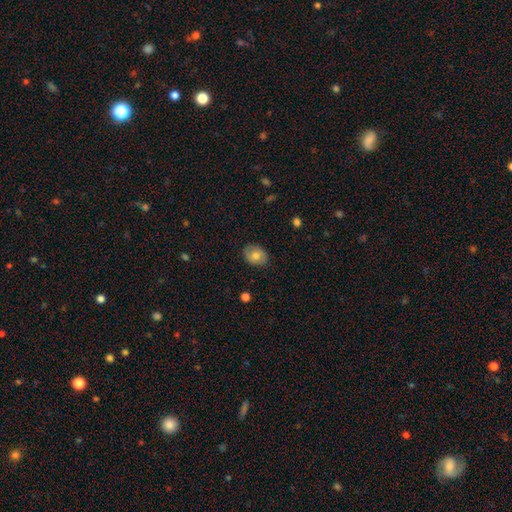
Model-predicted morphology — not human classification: Smooth or featured? smooth (73%)
How rounded? in between (62%)
Merging? none (84%)